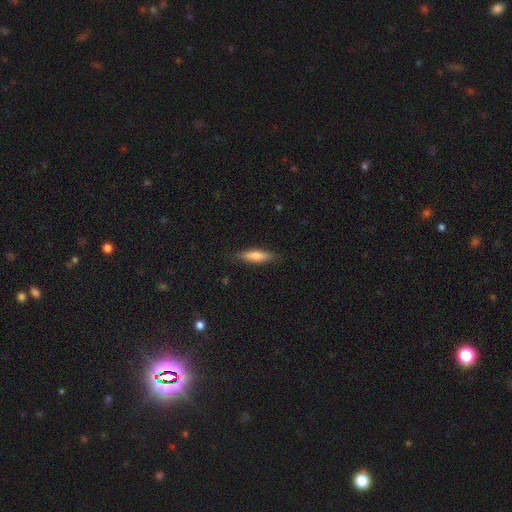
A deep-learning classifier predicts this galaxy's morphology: Q: Smooth or featured?
A: smooth (72%); runner-up: featured or disk (22%)
Q: How rounded?
A: cigar-shaped (66%); runner-up: in between (32%)
Q: Merging?
A: none (84%); runner-up: minor disturbance (12%)